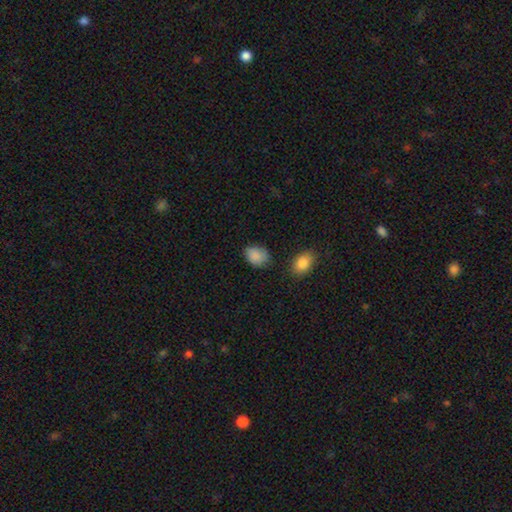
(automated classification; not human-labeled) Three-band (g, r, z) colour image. It shows a smooth galaxy with no disk features (87%) that is in between round and cigar-shaped (60%). Merging: none (68%).